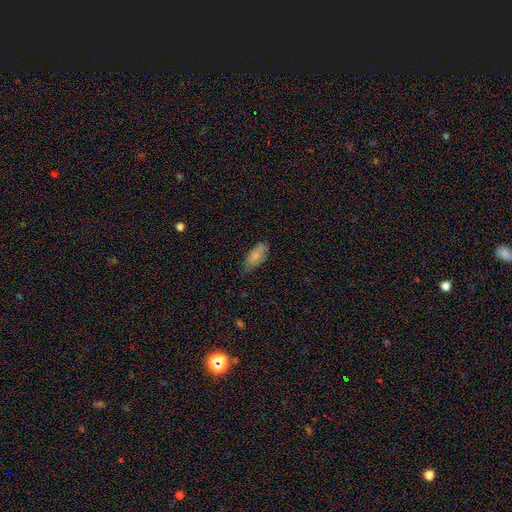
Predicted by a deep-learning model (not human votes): This is clearly a smooth galaxy (81%). How rounded: clearly in between (91%). Merging: possibly none (58%).